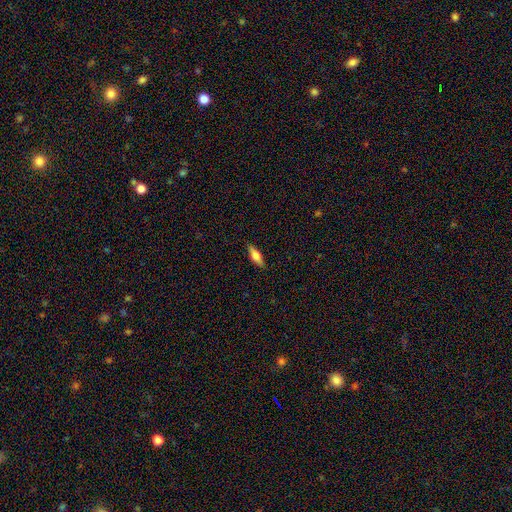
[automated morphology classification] Smooth or featured? Predicted: smooth (p=0.57). How rounded? Predicted: in between (p=0.50). Merging? Predicted: none (p=0.88).